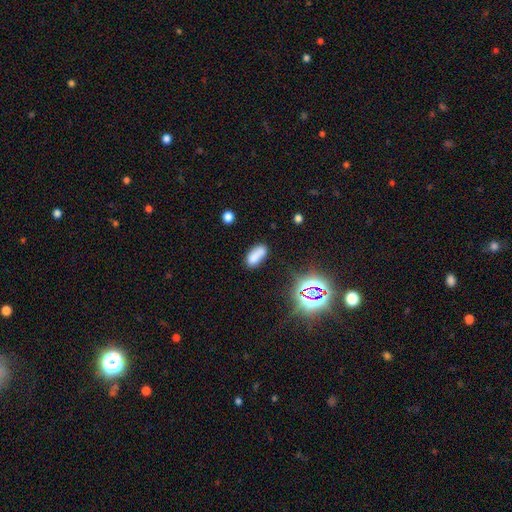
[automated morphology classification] Smooth or featured? Predicted: smooth (p=0.76). How rounded? Predicted: in between (p=0.85). Merging? Predicted: none (p=0.63).